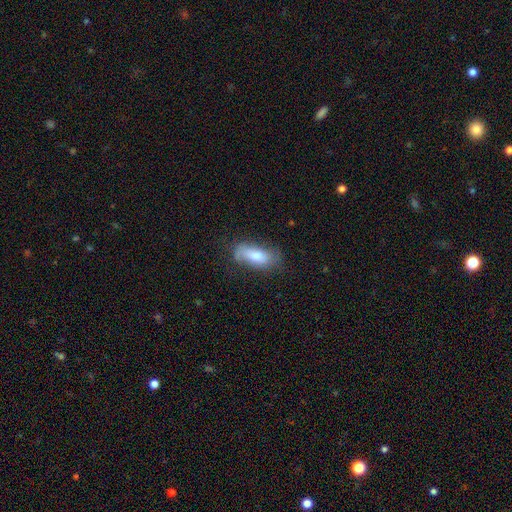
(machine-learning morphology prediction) The model was most divided on "merging": none: 58%, minor disturbance: 28%, major disturbance: 11%, merger: 3%. More confident: how rounded — in between (78%); smooth or featured — smooth (72%).